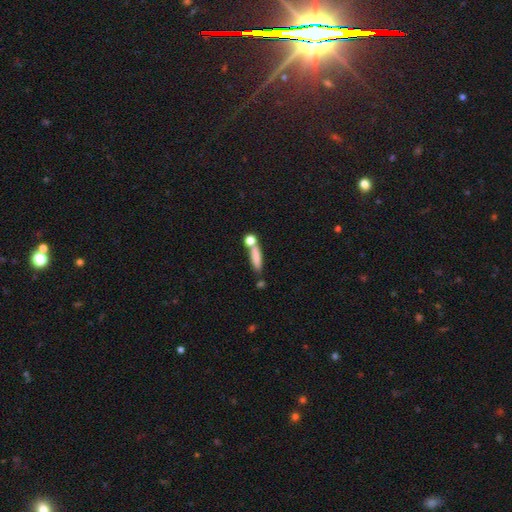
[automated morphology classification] Overall: smooth (77%). How rounded: cigar-shaped (71%). Merging: none (60%; merger 21%).